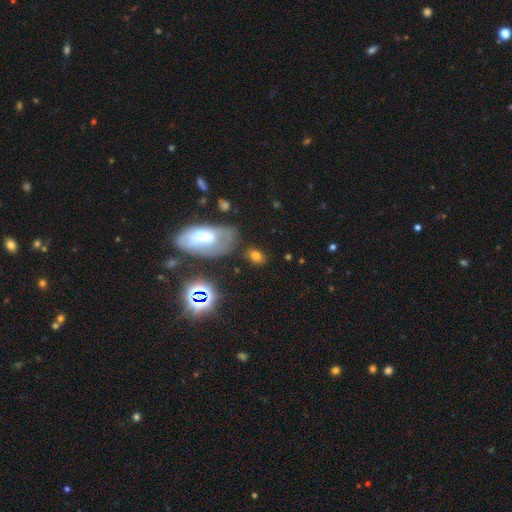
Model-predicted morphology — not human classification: Smooth or featured? Predicted: smooth (p=0.64). How rounded? Predicted: in between (p=0.77). Merging? Predicted: none (p=0.64).